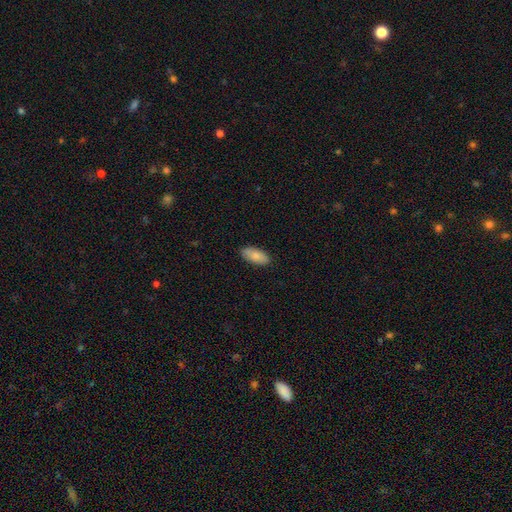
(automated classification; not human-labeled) This is clearly a smooth galaxy (83%). How rounded: clearly in between (90%). Merging: clearly none (88%).